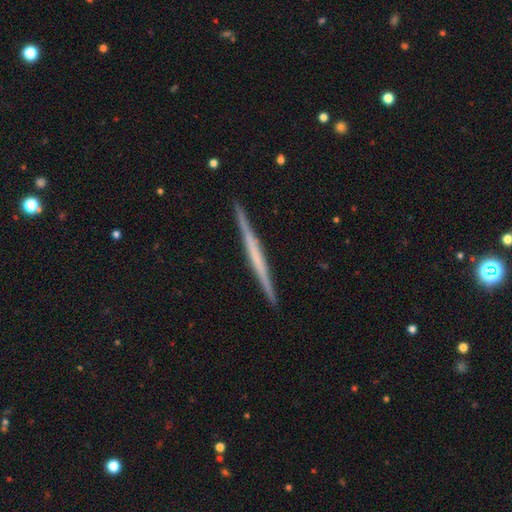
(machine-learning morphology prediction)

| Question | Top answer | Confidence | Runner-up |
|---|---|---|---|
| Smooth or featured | featured or disk | 65% | smooth (30%) |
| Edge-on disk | yes | 98% | no (2%) |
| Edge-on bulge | none | 82% | rounded (10%) |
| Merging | none | 92% | minor disturbance (5%) |